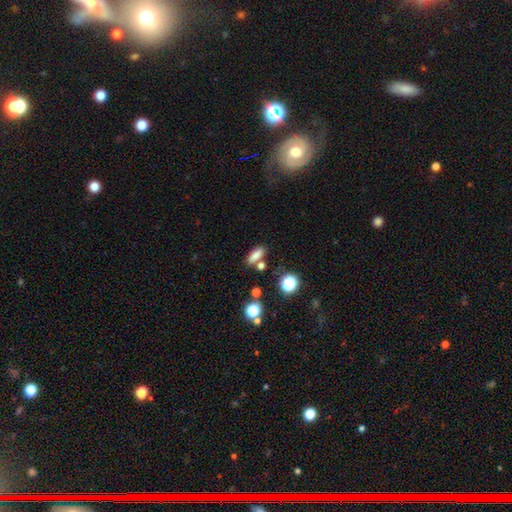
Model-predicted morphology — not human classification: Overall: smooth (79%). How rounded: in between (65%; cigar-shaped 27%). Merging: none (72%).